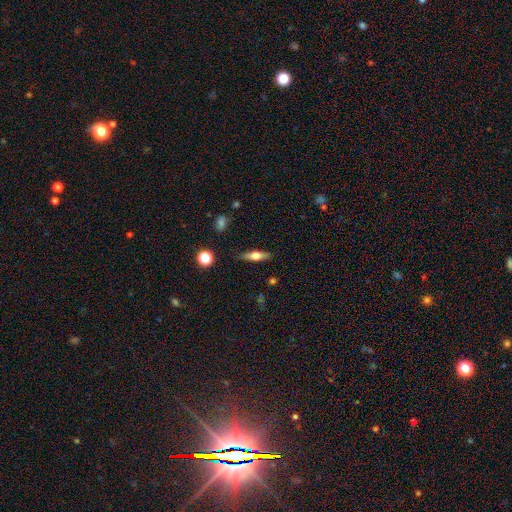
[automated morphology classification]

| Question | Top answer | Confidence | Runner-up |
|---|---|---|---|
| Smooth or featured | smooth | 50% | featured or disk (42%) |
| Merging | none | 85% | minor disturbance (11%) |